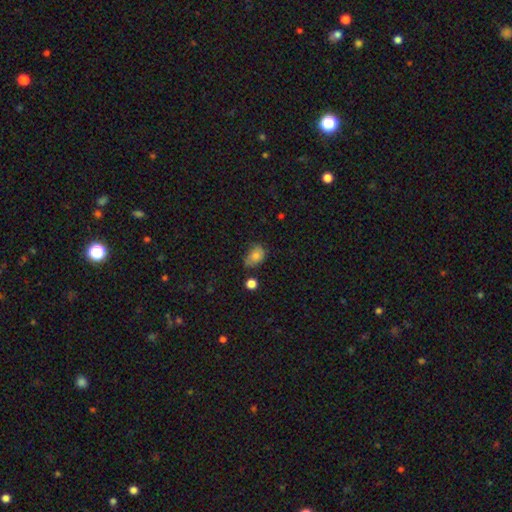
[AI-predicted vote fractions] smooth-or-featured: smooth: 77% | featured or disk: 13% | star or artifact: 10%
  how-rounded: in between: 73% | round: 25% | cigar-shaped: 1%
  merging: none: 51% | minor disturbance: 34% | major disturbance: 9% | merger: 6%